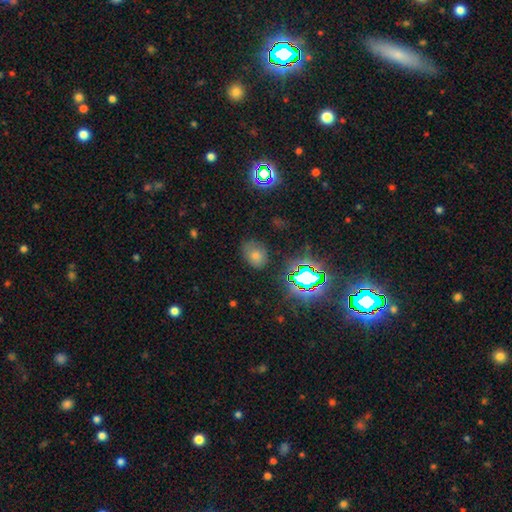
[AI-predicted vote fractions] Smooth or featured?
  - smooth: 50% *
  - star or artifact: 37%
  - featured or disk: 13%
Merging?
  - none: 78% *
  - minor disturbance: 15%
  - major disturbance: 5%
  - merger: 2%